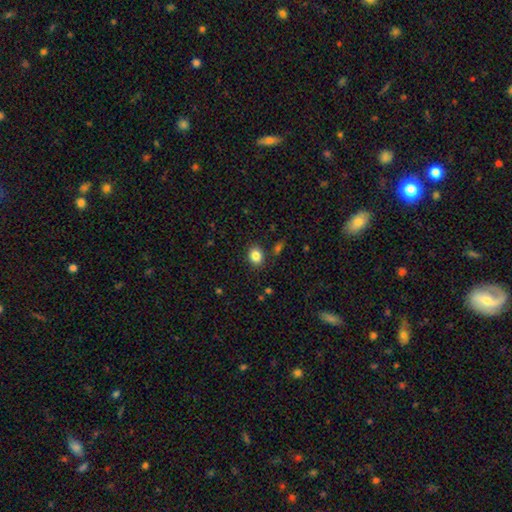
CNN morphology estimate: The model was most divided on "how rounded": round: 52%, in between: 48%, cigar-shaped: 1%. More confident: merging — none (86%); smooth or featured — smooth (85%).